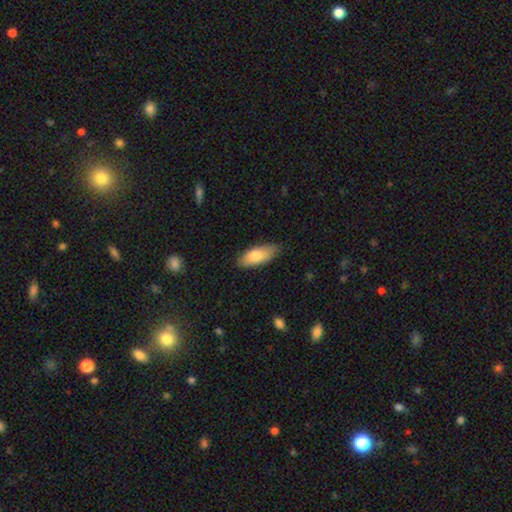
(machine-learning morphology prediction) Smooth or featured: smooth — 81% (featured or disk — 14%)
How rounded: in between — 83% (cigar-shaped — 15%)
Merging: none — 76% (minor disturbance — 20%)